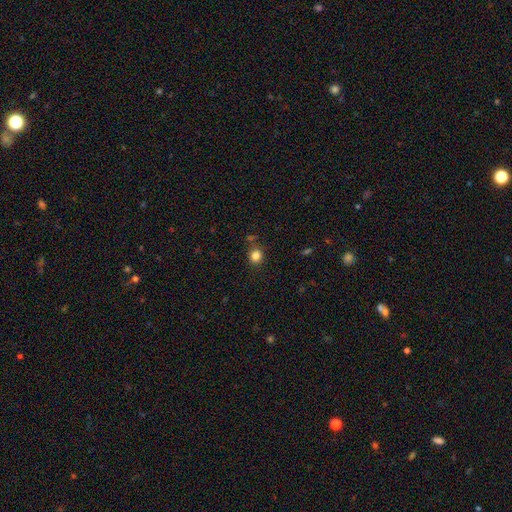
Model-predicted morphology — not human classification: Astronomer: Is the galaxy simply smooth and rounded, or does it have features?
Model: smooth — 83%.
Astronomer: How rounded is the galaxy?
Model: round — 82%.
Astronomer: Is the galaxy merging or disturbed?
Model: none — 82%.